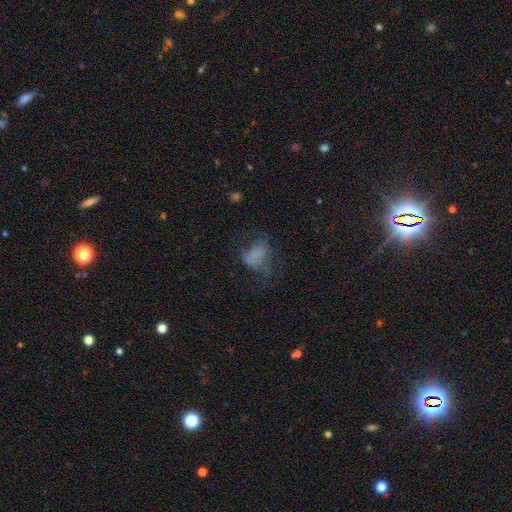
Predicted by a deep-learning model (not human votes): Smooth or featured: smooth — 51% (featured or disk — 31%)
How rounded: in between — 77% (round — 21%)
Merging: major disturbance — 45% (none — 32%)